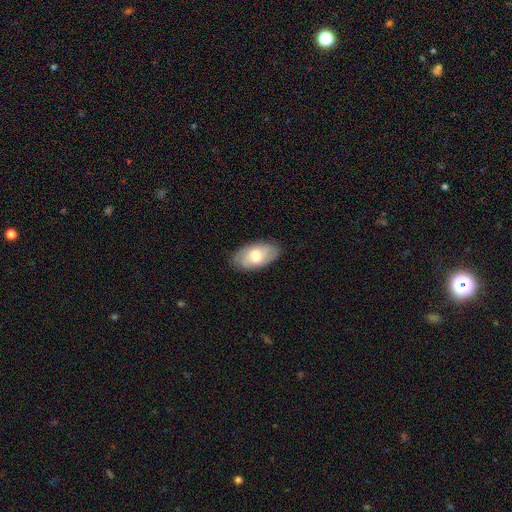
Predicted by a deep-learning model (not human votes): A smooth galaxy with no disk features (64%) that is in between round and cigar-shaped (94%). Merging: none (82%).